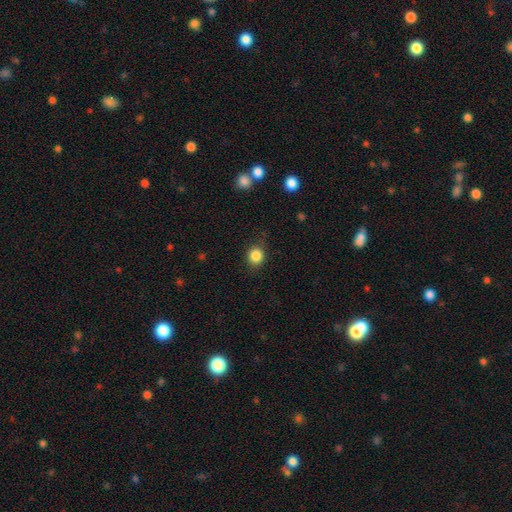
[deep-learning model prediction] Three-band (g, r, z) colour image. It shows a smooth galaxy with no disk features (85%) that is round (78%). Merging: none (82%).